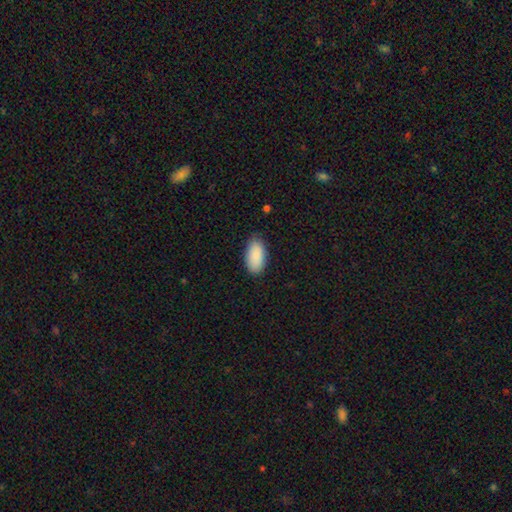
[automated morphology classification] type=smooth (90%); roundness=in between (95%); merging=none (81%).